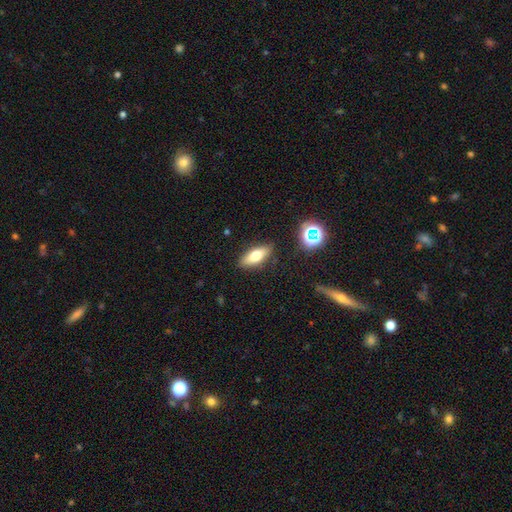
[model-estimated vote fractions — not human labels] smooth_or_featured: smooth (p=0.65) [alt: featured or disk p=0.25]
how_rounded: in between (p=0.68) [alt: cigar-shaped p=0.29]
merging: none (p=0.86) [alt: minor disturbance p=0.10]